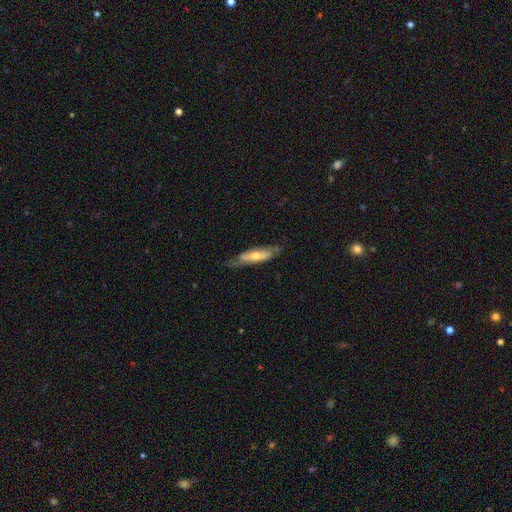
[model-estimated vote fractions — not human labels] smooth-or-featured: featured or disk: 52% | smooth: 42% | star or artifact: 6%
  disk-edge-on: no: 56% | yes: 44%
  merging: none: 63% | minor disturbance: 25% | major disturbance: 10% | merger: 2%